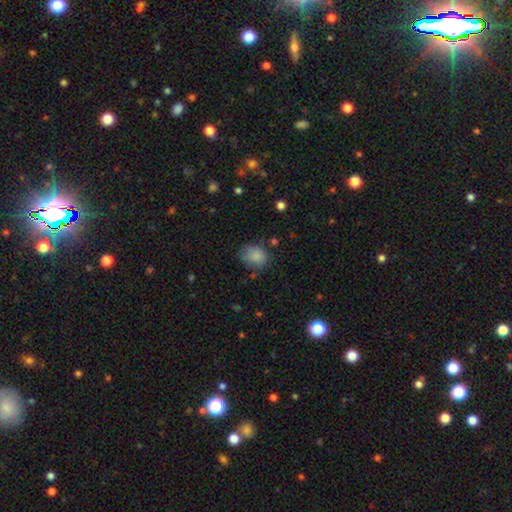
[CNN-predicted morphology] Overall: smooth (84%). How rounded: in between (50%; round 49%). Merging: none (66%).